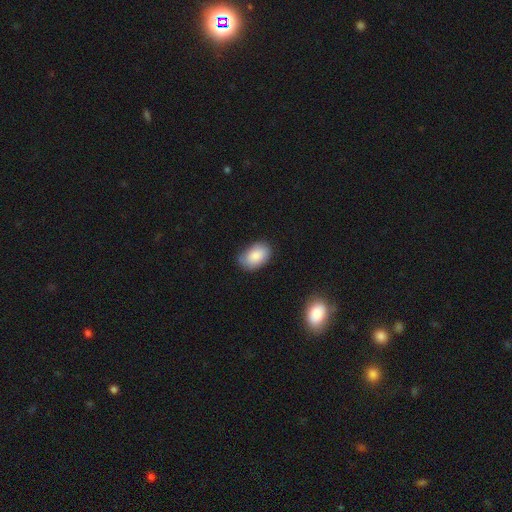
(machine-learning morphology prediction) smooth_or_featured: smooth (p=0.83) [alt: featured or disk p=0.10]
how_rounded: in between (p=0.89) [alt: round p=0.10]
merging: none (p=0.70) [alt: minor disturbance p=0.24]